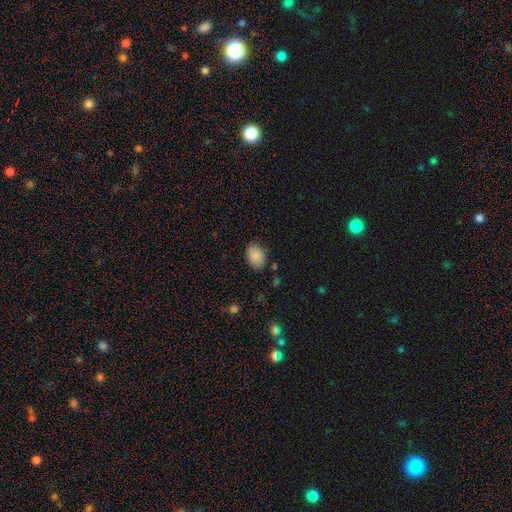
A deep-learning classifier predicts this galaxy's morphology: A smooth galaxy with no disk features (86%) that is in between round and cigar-shaped (82%). Merging: none (82%).